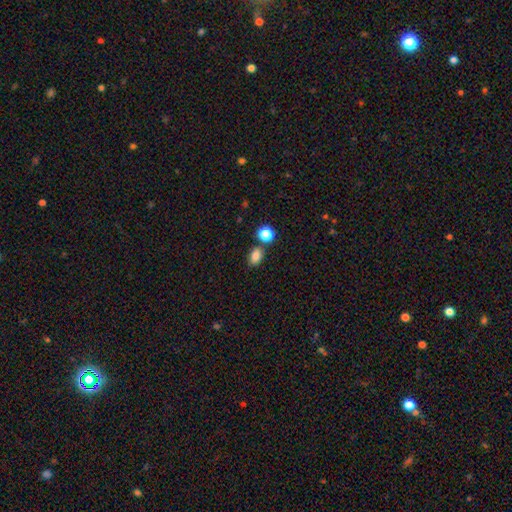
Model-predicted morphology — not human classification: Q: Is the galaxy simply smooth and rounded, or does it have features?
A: smooth — 83%.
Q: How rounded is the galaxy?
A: in between — 78%.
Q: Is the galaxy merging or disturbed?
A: none — 74%.